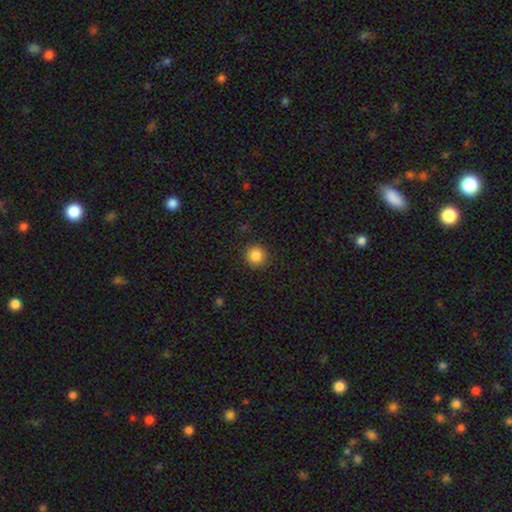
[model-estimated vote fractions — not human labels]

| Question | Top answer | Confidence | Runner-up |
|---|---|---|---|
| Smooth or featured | smooth | 86% | star or artifact (10%) |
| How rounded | round | 94% | in between (5%) |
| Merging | none | 90% | minor disturbance (7%) |